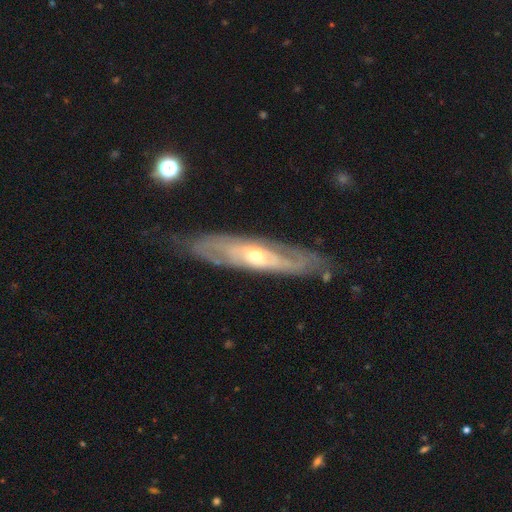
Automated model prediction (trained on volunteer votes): Overall: featured or disk (80%). Edge-on disk: no (69%; yes 31%). Bar: no (67%). Spiral arms: yes (78%). Bulge size: small (48%; moderate 47%). Merging: none (77%).